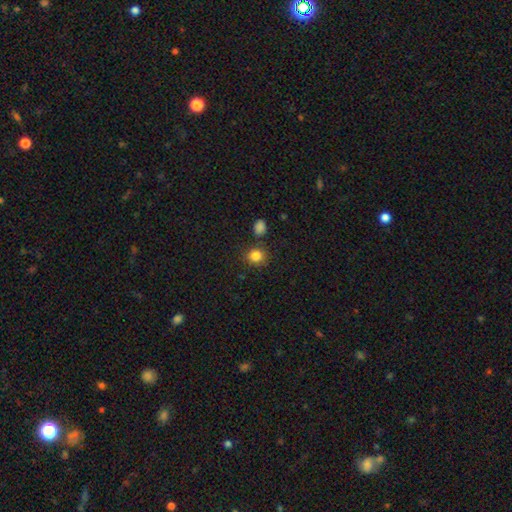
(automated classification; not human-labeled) A smooth galaxy with no disk features (84%) that is round (79%). Merging: none (80%).